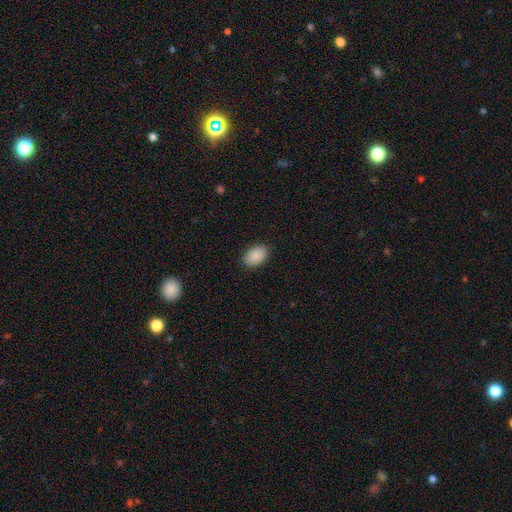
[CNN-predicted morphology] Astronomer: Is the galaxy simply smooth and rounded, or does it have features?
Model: smooth — 90%.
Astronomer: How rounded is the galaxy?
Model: in between — 87%.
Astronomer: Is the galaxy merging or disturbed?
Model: none — 89%.